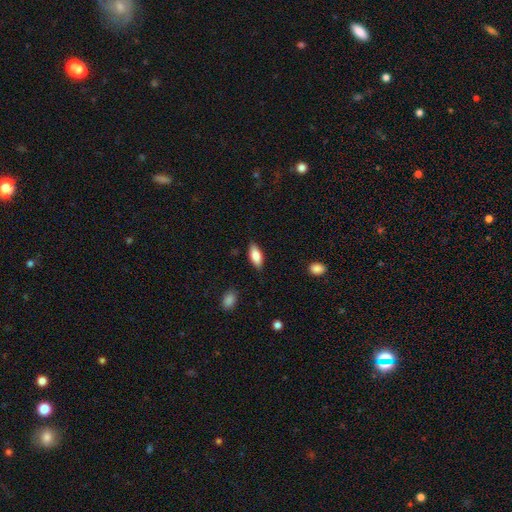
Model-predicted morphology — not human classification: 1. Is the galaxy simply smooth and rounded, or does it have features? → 80% smooth, 14% featured or disk, 6% star or artifact.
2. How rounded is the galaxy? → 82% in between, 16% cigar-shaped, 2% round.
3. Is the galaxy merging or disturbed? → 85% none, 11% minor disturbance, 2% major disturbance, 1% merger.